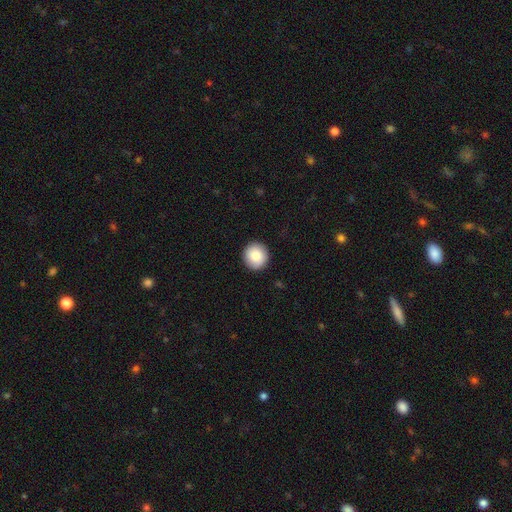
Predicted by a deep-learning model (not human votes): smooth-or-featured: smooth: 84% | featured or disk: 8% | star or artifact: 8%
  how-rounded: round: 94% | in between: 5% | cigar-shaped: 1%
  merging: none: 92% | minor disturbance: 5% | major disturbance: 2% | merger: 1%